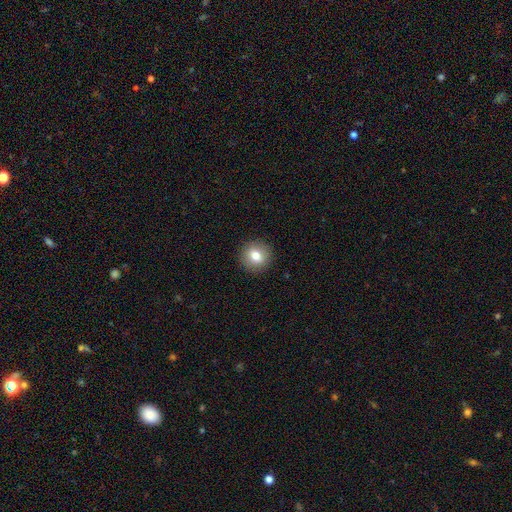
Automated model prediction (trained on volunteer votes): Q: Smooth or featured?
A: smooth (79%); runner-up: featured or disk (11%)
Q: How rounded?
A: round (91%); runner-up: in between (8%)
Q: Merging?
A: none (92%); runner-up: minor disturbance (6%)